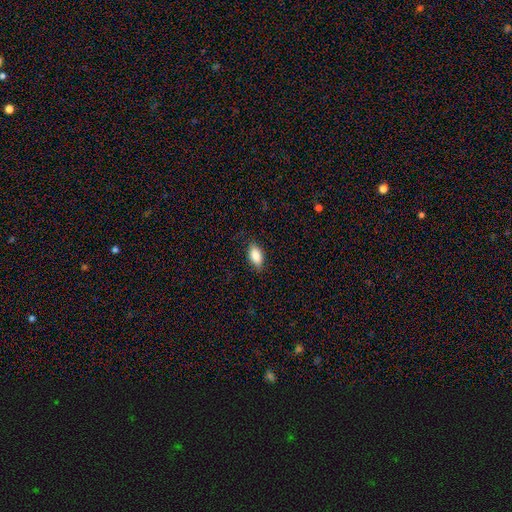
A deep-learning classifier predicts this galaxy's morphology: smooth-or-featured: smooth: 85% | featured or disk: 8% | star or artifact: 7%
  how-rounded: in between: 90% | cigar-shaped: 7% | round: 4%
  merging: none: 82% | minor disturbance: 14% | major disturbance: 3% | merger: 1%